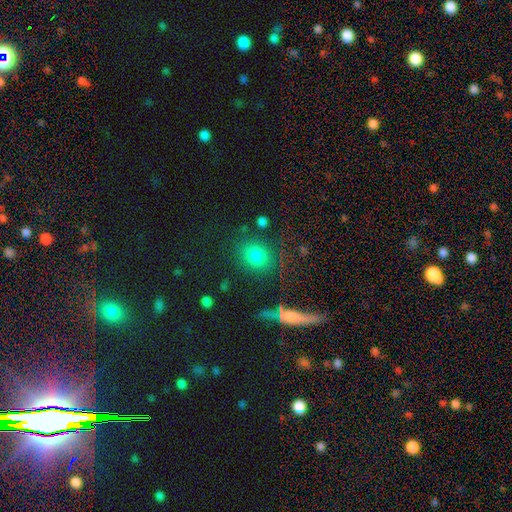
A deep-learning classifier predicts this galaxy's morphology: smooth 77%, star or artifact 15%, featured or disk 7%. Down the decision tree: how rounded — round (69%); merging — none (81%).